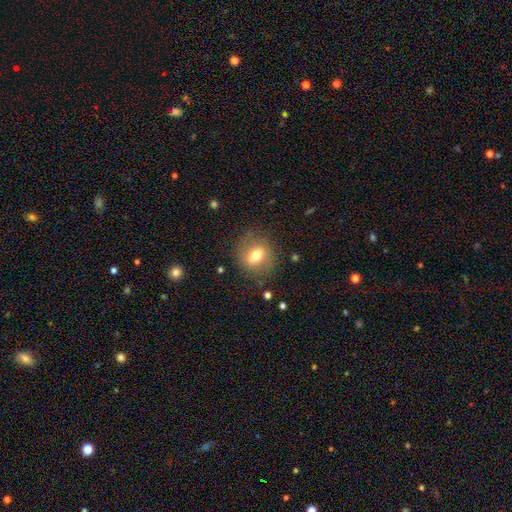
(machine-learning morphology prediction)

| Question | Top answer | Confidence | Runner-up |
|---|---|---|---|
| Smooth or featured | smooth | 68% | featured or disk (23%) |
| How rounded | round | 66% | in between (32%) |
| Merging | none | 80% | minor disturbance (13%) |